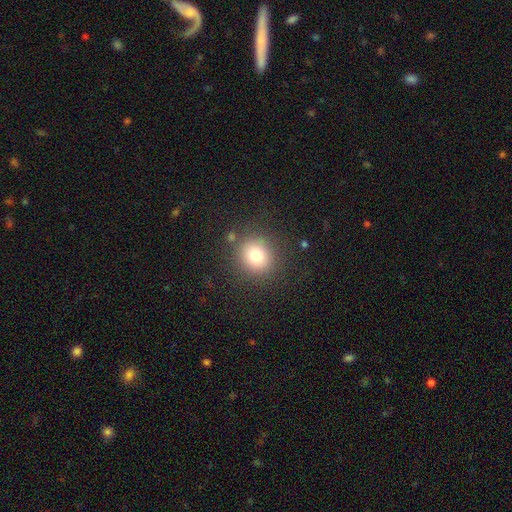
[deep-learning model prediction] A smooth galaxy with no disk features (76%) that is round (89%).

Vote fractions:
- Smooth or featured? smooth: 76% / star or artifact: 14% / featured or disk: 10%
- How rounded? round: 89% / in between: 11% / cigar-shaped: 1%
- Merging? none: 86% / minor disturbance: 8% / major disturbance: 4% / merger: 3%